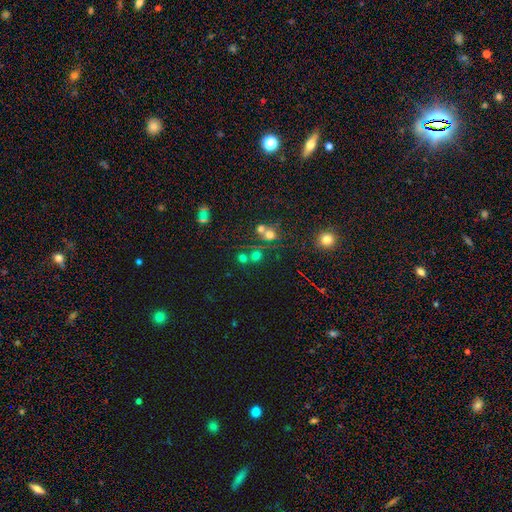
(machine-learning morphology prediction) smooth_or_featured: smooth (p=0.55) [alt: star or artifact p=0.33]
how_rounded: round (p=0.85) [alt: in between p=0.13]
merging: none (p=0.57) [alt: merger p=0.28]